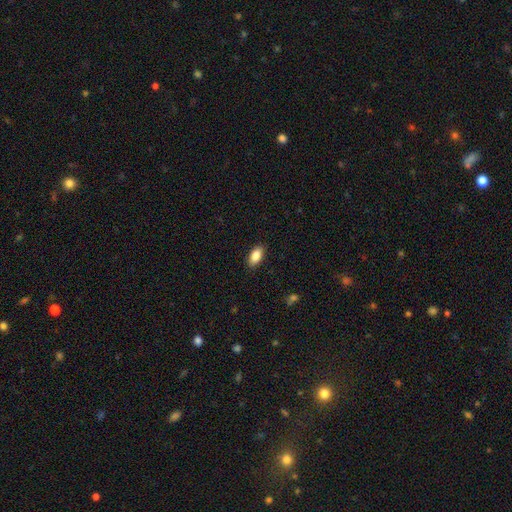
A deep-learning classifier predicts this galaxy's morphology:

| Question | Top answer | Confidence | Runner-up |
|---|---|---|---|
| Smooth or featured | smooth | 86% | star or artifact (7%) |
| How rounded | in between | 92% | cigar-shaped (5%) |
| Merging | none | 88% | minor disturbance (9%) |